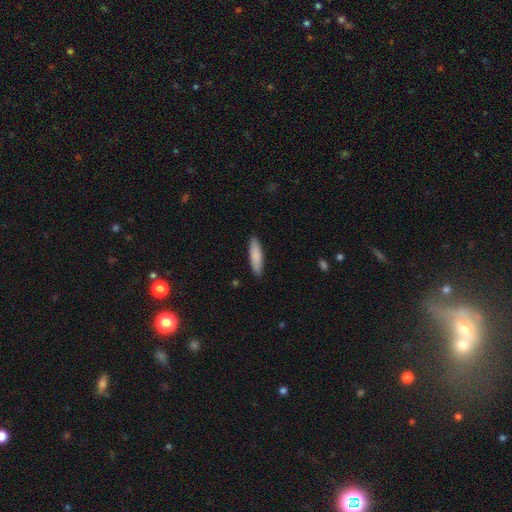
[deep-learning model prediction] This appears to be a smooth galaxy with no disk features (86%) that is cigar-shaped (71%). Merging: none (90%).